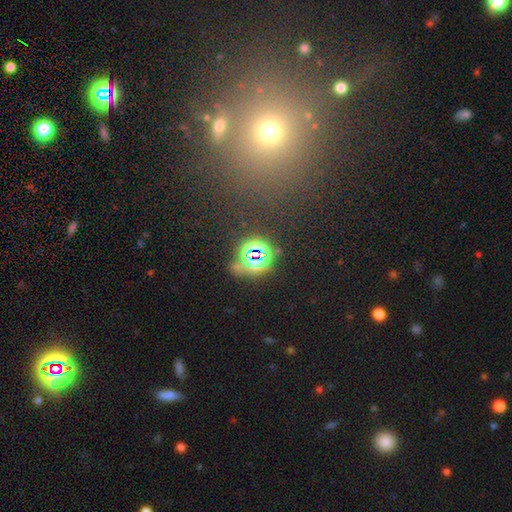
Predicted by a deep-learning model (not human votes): Smooth or featured? star or artifact (66%)